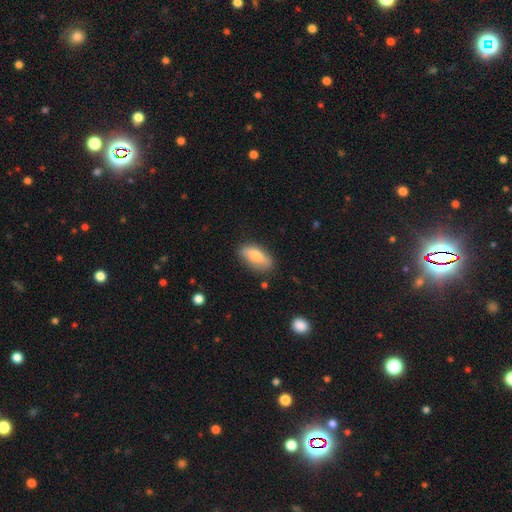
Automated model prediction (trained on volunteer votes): Smooth or featured: smooth — 78% (featured or disk — 16%)
How rounded: in between — 84% (cigar-shaped — 13%)
Merging: none — 80% (minor disturbance — 16%)